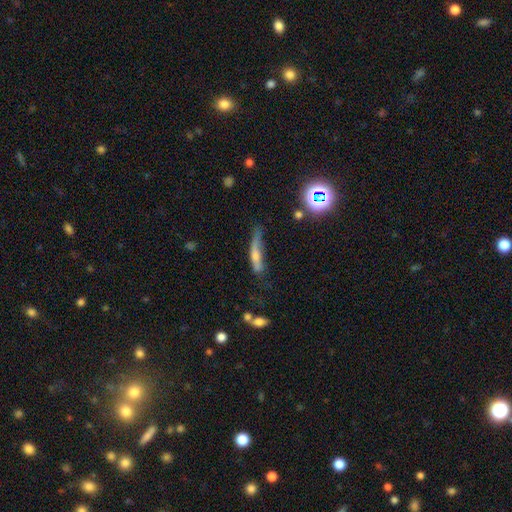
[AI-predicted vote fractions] The model was most divided on "merging": none: 37%, minor disturbance: 33%, major disturbance: 24%, merger: 6%. Remaining: smooth or featured — smooth (48%).